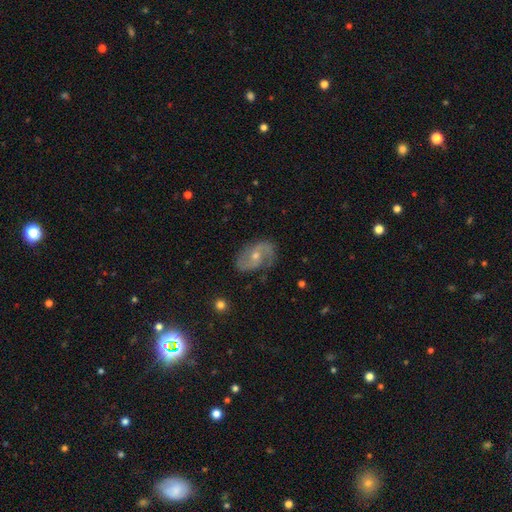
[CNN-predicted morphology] Smooth or featured?
  - featured or disk: 80% *
  - smooth: 11%
  - star or artifact: 9%
Edge-on disk?
  - no: 97% *
  - yes: 3%
Bar?
  - no: 54% *
  - weak: 36%
  - strong: 10%
Spiral arms?
  - yes: 94% *
  - no: 6%
Spiral winding?
  - medium: 48% *
  - loose: 28%
  - tight: 24%
Spiral arm count?
  - 2: 82% *
  - can't tell: 8%
  - 1: 4%
  - 3: 3%
  - 4: 2%
  - more than 4: 2%
Bulge size?
  - small: 53% *
  - moderate: 44%
  - none: 1%
  - large: 1%
  - dominant: 1%
Merging?
  - none: 77% *
  - minor disturbance: 16%
  - major disturbance: 6%
  - merger: 1%